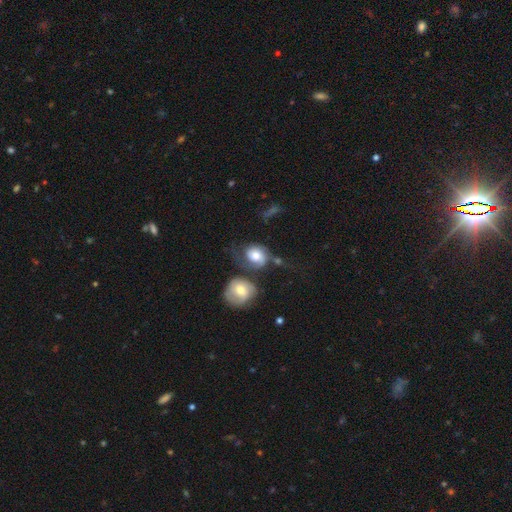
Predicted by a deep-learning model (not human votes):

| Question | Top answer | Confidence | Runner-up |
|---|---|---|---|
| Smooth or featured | featured or disk | 47% | smooth (46%) |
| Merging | merger | 32% | none (27%) |